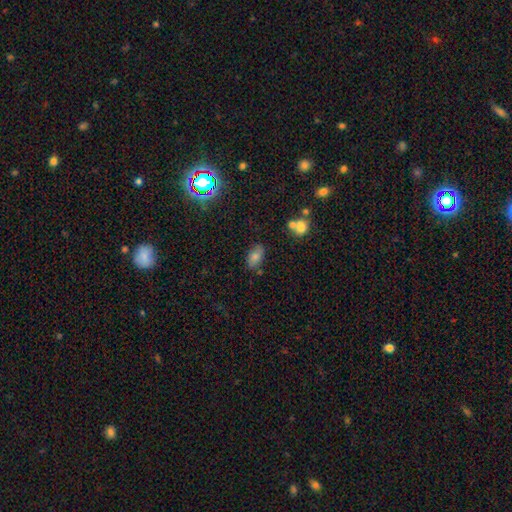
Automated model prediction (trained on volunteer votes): This is likely a smooth galaxy (77%). How rounded: clearly in between (90%). Merging: likely none (74%).